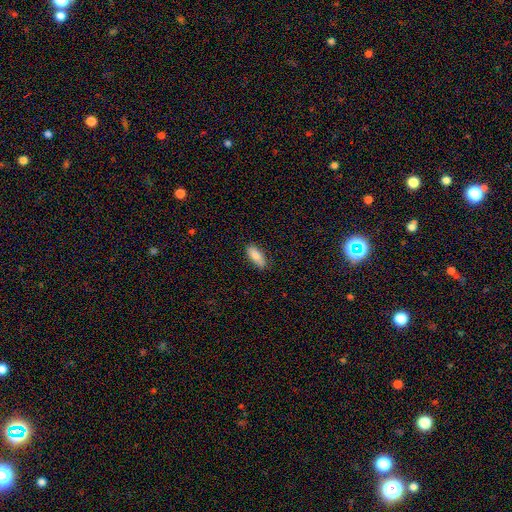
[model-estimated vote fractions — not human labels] The model was most divided on "how rounded": in between: 75%, cigar-shaped: 22%, round: 2%. More confident: smooth or featured — smooth (83%); merging — none (80%).